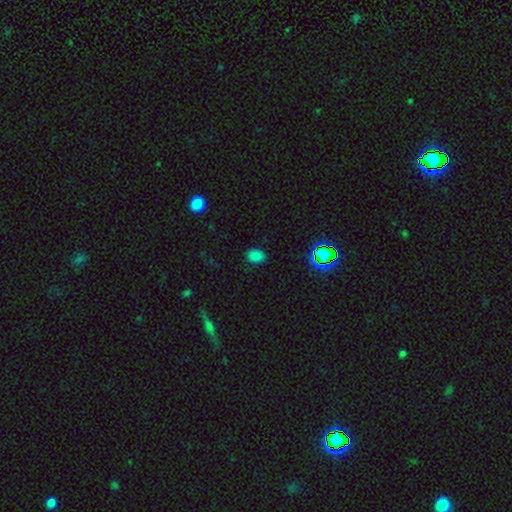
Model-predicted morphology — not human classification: Q: Smooth or featured?
A: smooth (76%); runner-up: star or artifact (19%)
Q: How rounded?
A: in between (70%); runner-up: round (28%)
Q: Merging?
A: none (84%); runner-up: minor disturbance (12%)